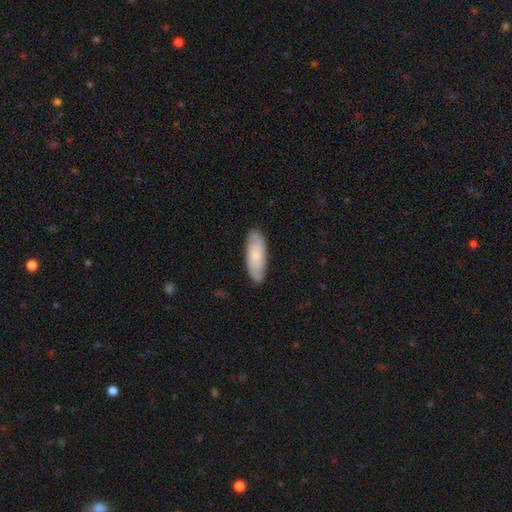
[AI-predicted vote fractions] Morphology: type=smooth (59%); roundness=in between (66%); merging=none (83%).